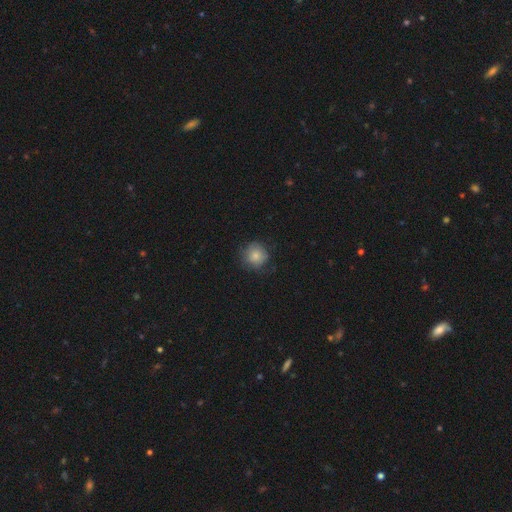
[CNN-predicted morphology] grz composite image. It shows a smooth galaxy with no disk features (79%) that is round (91%). Merging: none (74%).